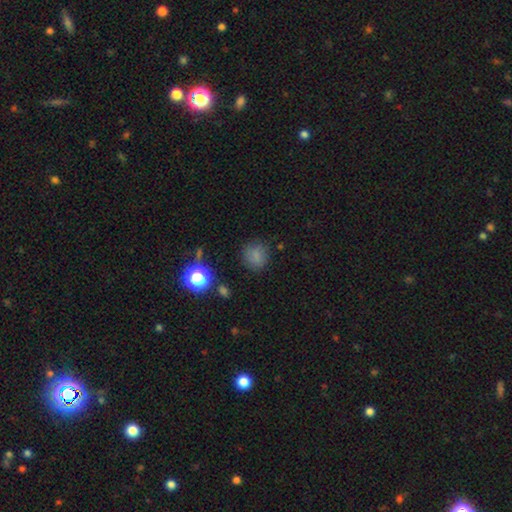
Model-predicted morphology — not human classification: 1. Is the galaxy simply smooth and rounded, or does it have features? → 75% smooth, 18% star or artifact, 7% featured or disk.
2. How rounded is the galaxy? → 81% round, 18% in between, 1% cigar-shaped.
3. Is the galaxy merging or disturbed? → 78% none, 14% minor disturbance, 5% major disturbance, 3% merger.